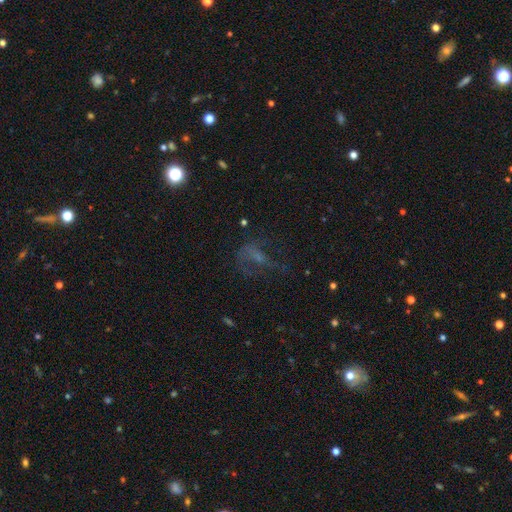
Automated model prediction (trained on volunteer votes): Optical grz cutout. It shows a featured or disk galaxy (45%). Merging: major disturbance (42%).